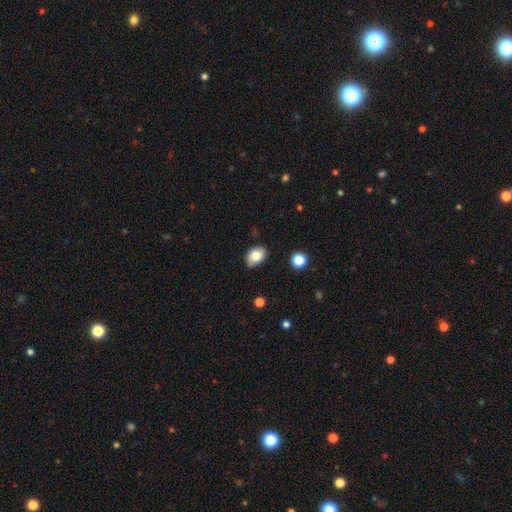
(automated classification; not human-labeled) Q: Smooth or featured?
A: smooth (82%); runner-up: featured or disk (9%)
Q: How rounded?
A: in between (75%); runner-up: round (24%)
Q: Merging?
A: none (77%); runner-up: minor disturbance (19%)